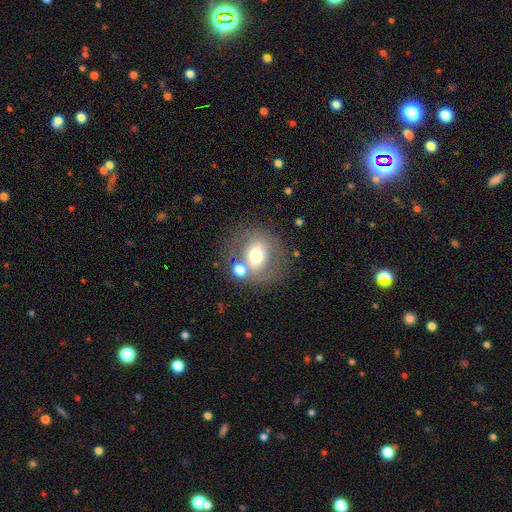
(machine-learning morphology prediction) Q: Smooth or featured?
A: smooth (56%); runner-up: featured or disk (34%)
Q: How rounded?
A: round (69%); runner-up: in between (30%)
Q: Merging?
A: none (59%); runner-up: merger (18%)